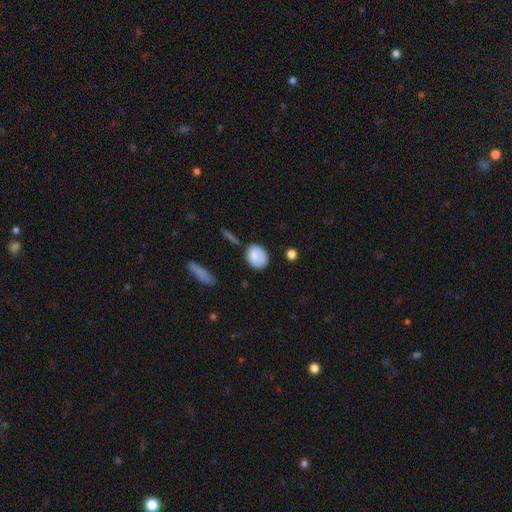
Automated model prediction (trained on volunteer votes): Smooth or featured? Predicted: smooth (p=0.78). How rounded? Predicted: round (p=0.56). Merging? Predicted: none (p=0.65).